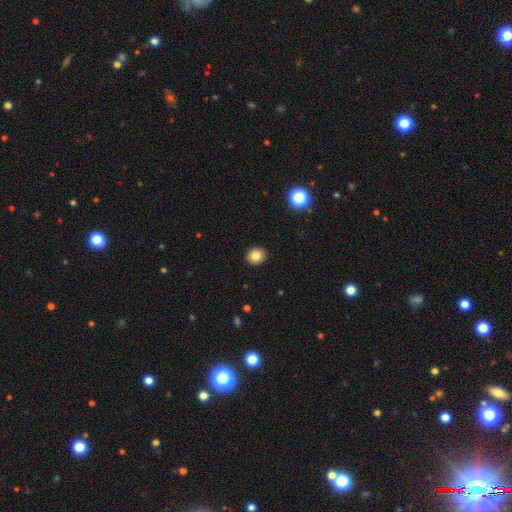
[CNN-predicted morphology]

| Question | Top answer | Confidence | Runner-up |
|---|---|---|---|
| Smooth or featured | smooth | 83% | star or artifact (11%) |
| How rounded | round | 82% | in between (18%) |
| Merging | none | 92% | minor disturbance (5%) |